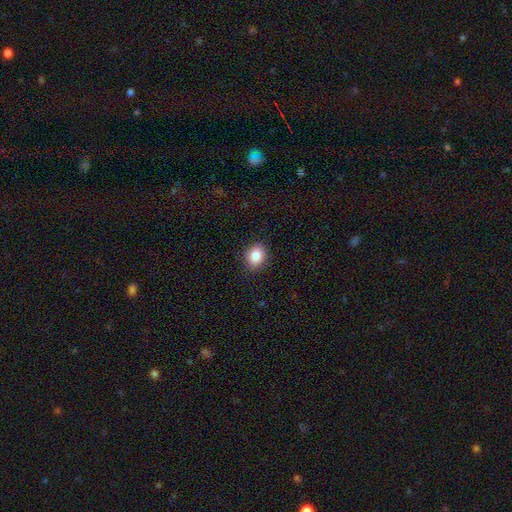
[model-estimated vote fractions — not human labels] The model was most divided on "how rounded": in between: 54%, round: 45%, cigar-shaped: 1%. More confident: merging — none (88%); smooth or featured — smooth (87%).